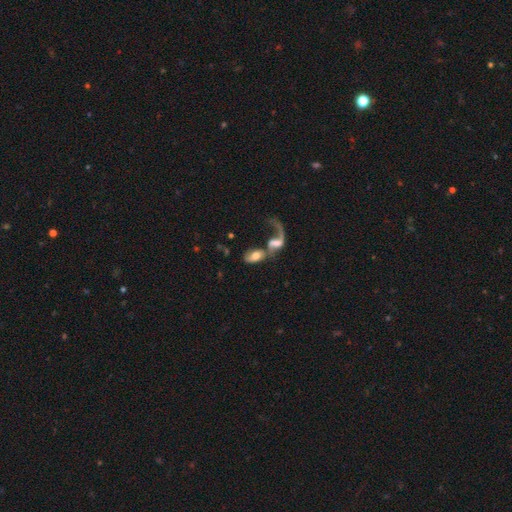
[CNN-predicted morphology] type=featured or disk (47%); merging=merger (67%).